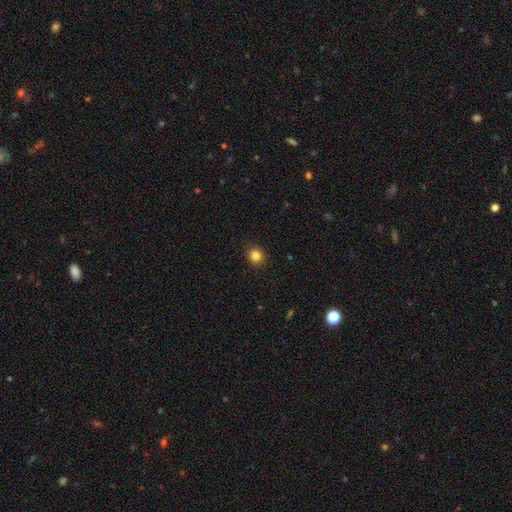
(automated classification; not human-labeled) Q: Smooth or featured?
A: smooth (84%); runner-up: star or artifact (12%)
Q: How rounded?
A: round (84%); runner-up: in between (15%)
Q: Merging?
A: none (91%); runner-up: minor disturbance (6%)